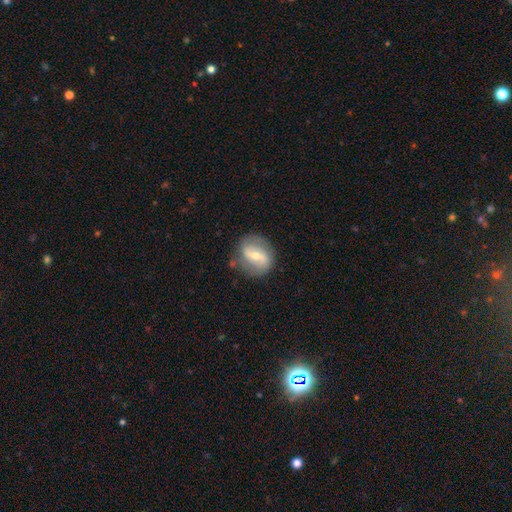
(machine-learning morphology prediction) The model was most divided on "spiral winding": loose: 41%, medium: 40%, tight: 19%. Remaining: edge-on disk — no (96%); spiral arm count — 2 (84%); spiral arms — yes (80%); merging — none (74%); smooth or featured — featured or disk (70%); bulge size — moderate (51%); bar — weak (43%).